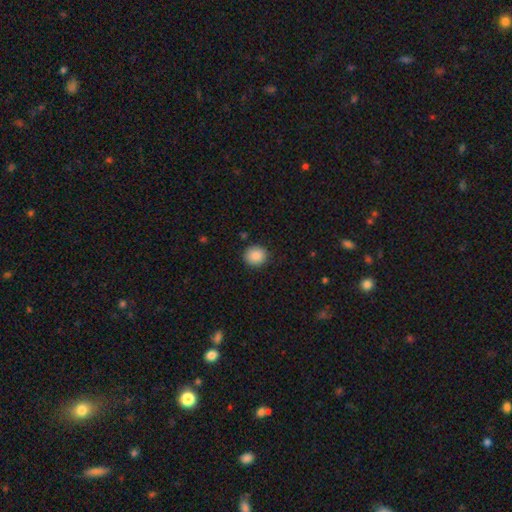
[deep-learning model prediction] Q: Smooth or featured?
A: smooth (89%); runner-up: star or artifact (8%)
Q: How rounded?
A: round (84%); runner-up: in between (15%)
Q: Merging?
A: none (89%); runner-up: minor disturbance (7%)